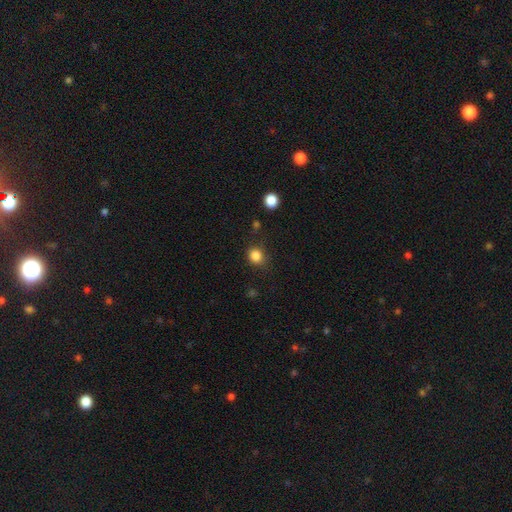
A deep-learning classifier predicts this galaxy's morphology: smooth-or-featured: smooth: 84% | star or artifact: 12% | featured or disk: 4%
  how-rounded: round: 81% | in between: 18% | cigar-shaped: 1%
  merging: none: 79% | minor disturbance: 14% | major disturbance: 5% | merger: 2%